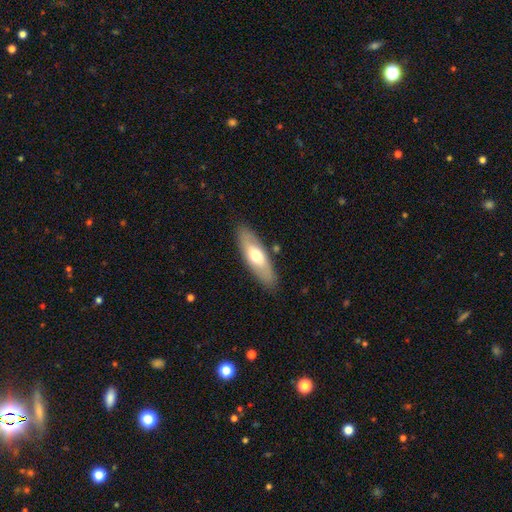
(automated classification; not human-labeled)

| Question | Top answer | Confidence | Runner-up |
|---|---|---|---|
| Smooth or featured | smooth | 58% | featured or disk (37%) |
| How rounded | in between | 64% | cigar-shaped (33%) |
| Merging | none | 84% | minor disturbance (11%) |